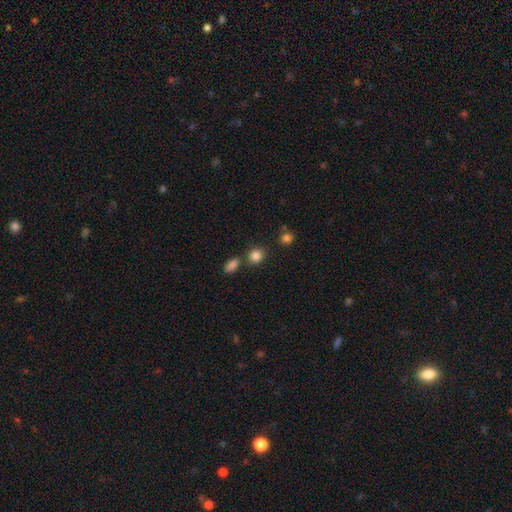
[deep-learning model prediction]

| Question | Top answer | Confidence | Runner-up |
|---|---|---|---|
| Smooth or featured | smooth | 84% | star or artifact (11%) |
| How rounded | round | 73% | in between (26%) |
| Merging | none | 72% | merger (14%) |